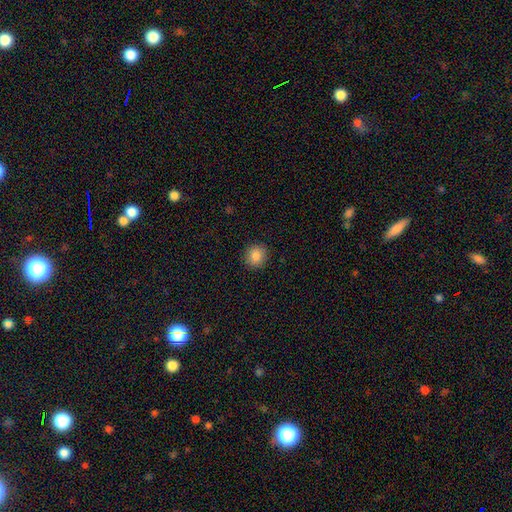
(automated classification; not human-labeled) This appears to be a smooth galaxy with no disk features (85%) that is round (85%). Merging: none (91%).